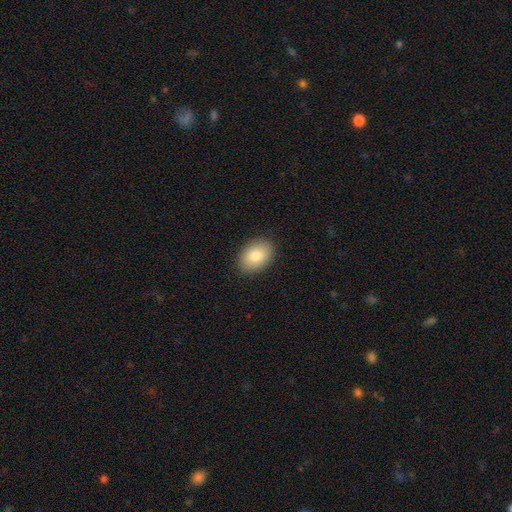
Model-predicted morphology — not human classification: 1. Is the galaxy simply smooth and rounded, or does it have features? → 84% smooth, 9% featured or disk, 7% star or artifact.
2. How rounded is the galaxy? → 81% in between, 18% round, 1% cigar-shaped.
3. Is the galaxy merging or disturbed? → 89% none, 8% minor disturbance, 2% major disturbance, 1% merger.